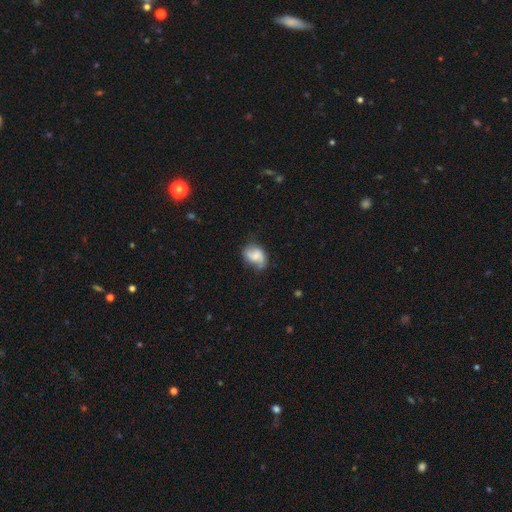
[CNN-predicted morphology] A featured or disk galaxy (48%).

Vote fractions:
- Smooth or featured? featured or disk: 48% / smooth: 44% / star or artifact: 8%
- Merging? none: 56% / minor disturbance: 30% / major disturbance: 12% / merger: 3%